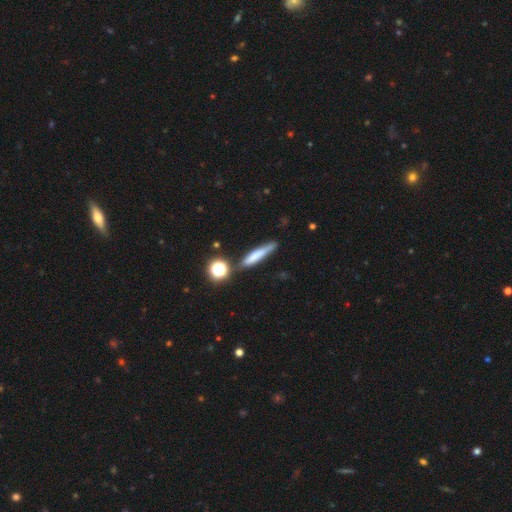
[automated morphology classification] A smooth galaxy with no disk features (66%) that is cigar-shaped (86%). Merging: none (69%).